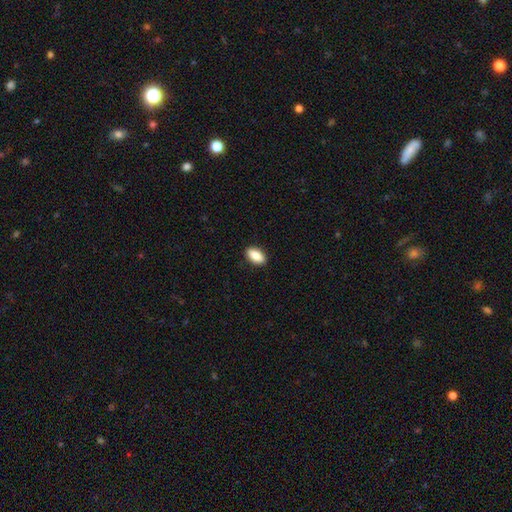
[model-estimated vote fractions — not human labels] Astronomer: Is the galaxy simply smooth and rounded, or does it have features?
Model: smooth — 86%.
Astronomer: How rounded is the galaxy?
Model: in between — 91%.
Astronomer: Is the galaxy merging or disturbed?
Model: none — 90%.